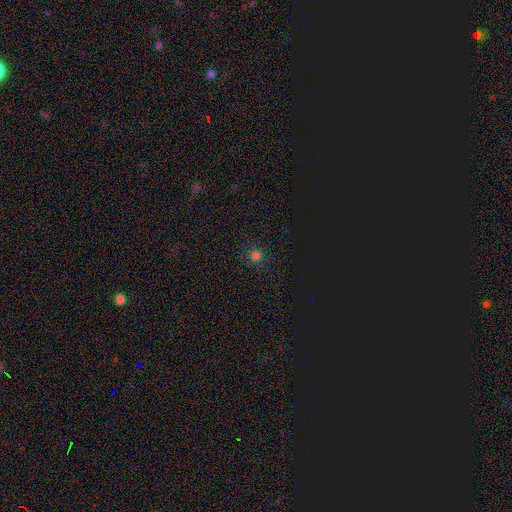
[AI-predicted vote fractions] Smooth or featured?
  - smooth: 71% *
  - star or artifact: 24%
  - featured or disk: 5%
How rounded?
  - round: 93% *
  - in between: 6%
  - cigar-shaped: 1%
Merging?
  - none: 88% *
  - minor disturbance: 8%
  - major disturbance: 3%
  - merger: 1%